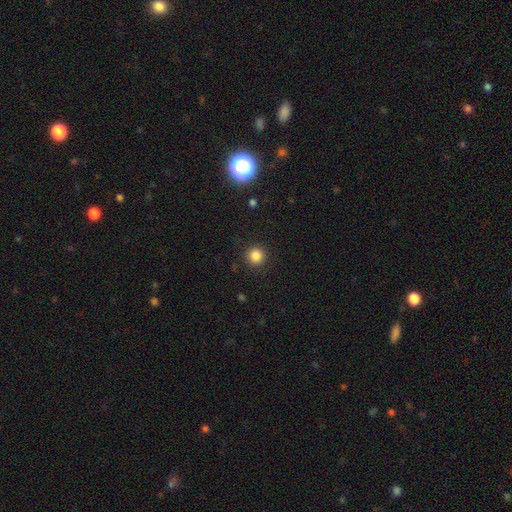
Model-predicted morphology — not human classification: Q: Smooth or featured?
A: smooth (84%); runner-up: star or artifact (12%)
Q: How rounded?
A: round (94%); runner-up: in between (5%)
Q: Merging?
A: none (91%); runner-up: minor disturbance (6%)